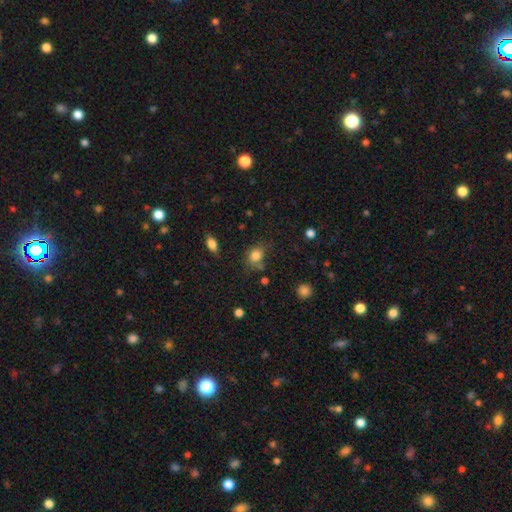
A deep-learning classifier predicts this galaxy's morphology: A smooth galaxy with no disk features (82%) that is in between round and cigar-shaped (53%). Merging: none (64%).